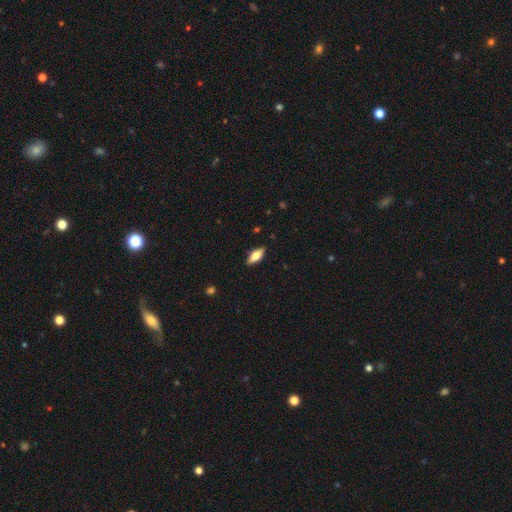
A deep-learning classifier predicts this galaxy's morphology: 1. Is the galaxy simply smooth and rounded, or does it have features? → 60% smooth, 33% featured or disk, 6% star or artifact.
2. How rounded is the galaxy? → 72% in between, 26% cigar-shaped, 3% round.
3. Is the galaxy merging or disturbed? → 88% none, 9% minor disturbance, 2% major disturbance, 1% merger.